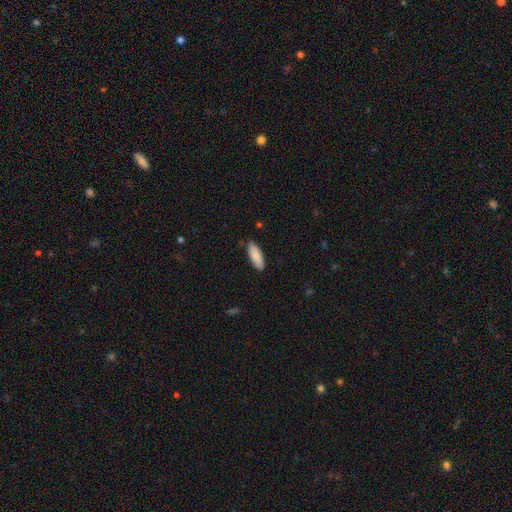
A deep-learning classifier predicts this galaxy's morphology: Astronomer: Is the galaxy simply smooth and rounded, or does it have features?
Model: smooth — 87%.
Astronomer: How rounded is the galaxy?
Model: in between — 63%.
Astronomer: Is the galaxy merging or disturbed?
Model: none — 84%.